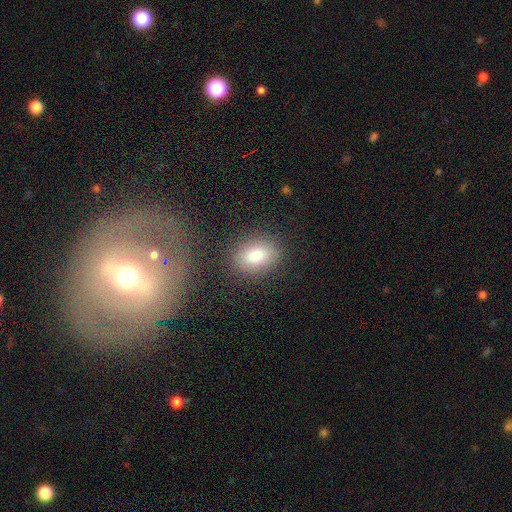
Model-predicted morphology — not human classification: This is clearly a smooth galaxy (81%). How rounded: likely in between (76%). Merging: clearly none (83%).